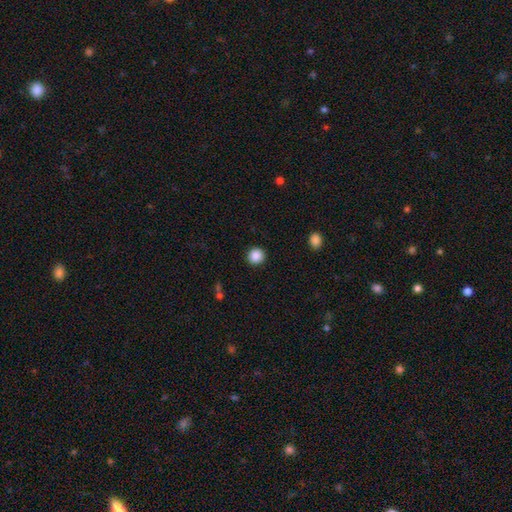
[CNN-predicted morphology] Overall: smooth (88%). How rounded: round (93%). Merging: none (91%).